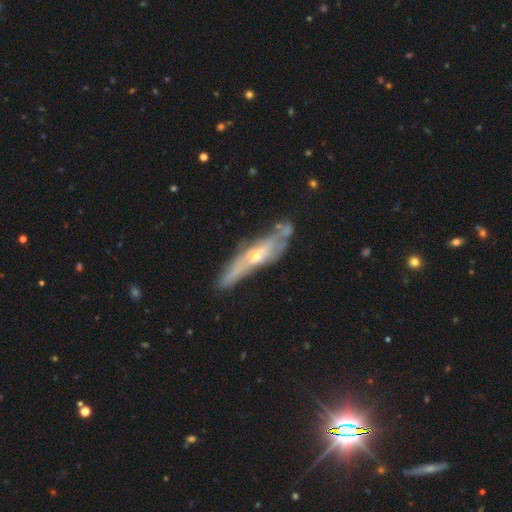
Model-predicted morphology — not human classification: Smooth or featured? Predicted: featured or disk (p=0.68). Edge-on disk? Predicted: yes (p=0.60). Merging? Predicted: none (p=0.56).